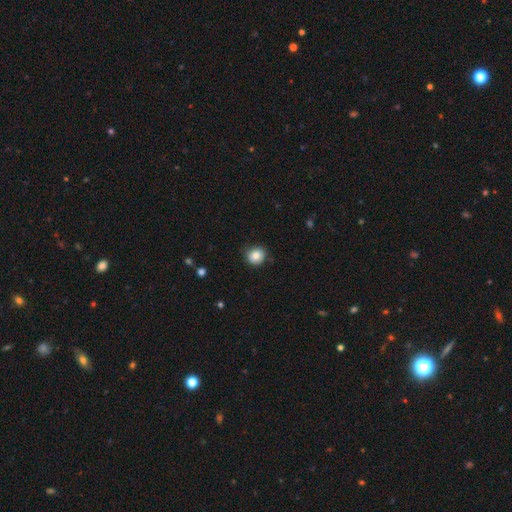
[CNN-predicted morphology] Smooth or featured: smooth — 84% (star or artifact — 10%)
How rounded: round — 84% (in between — 15%)
Merging: none — 81% (minor disturbance — 14%)